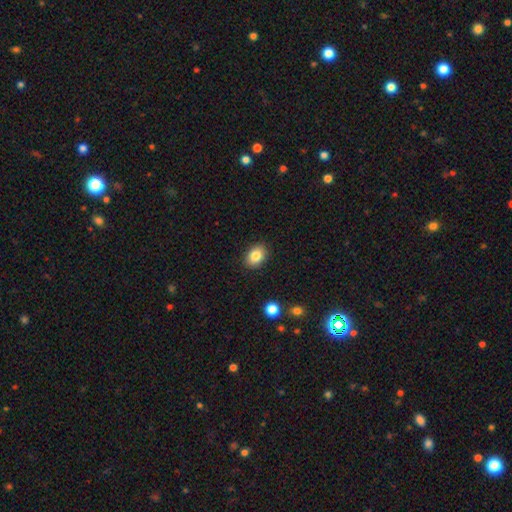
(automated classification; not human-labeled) smooth_or_featured: smooth (p=0.84) [alt: star or artifact p=0.09]
how_rounded: in between (p=0.67) [alt: round p=0.32]
merging: none (p=0.89) [alt: minor disturbance p=0.08]